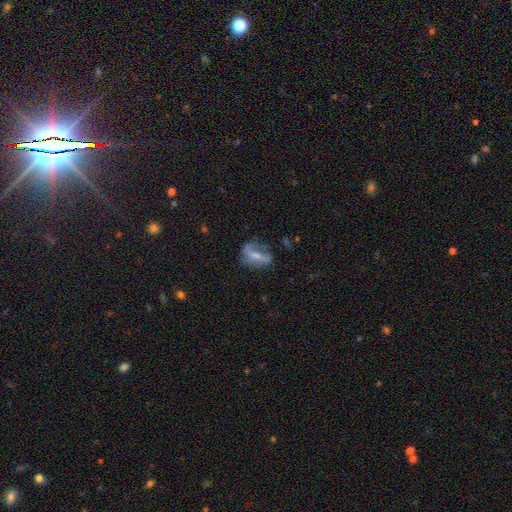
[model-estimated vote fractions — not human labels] Morphology: type=featured or disk (48%); merging=none (47%).